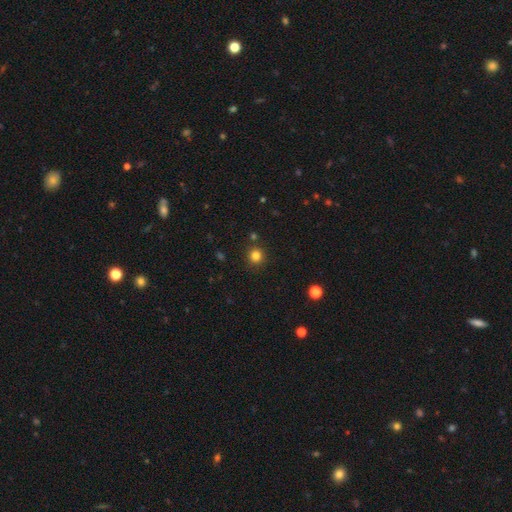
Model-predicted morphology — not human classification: A smooth galaxy with no disk features (81%) that is round (92%). Merging: none (87%).